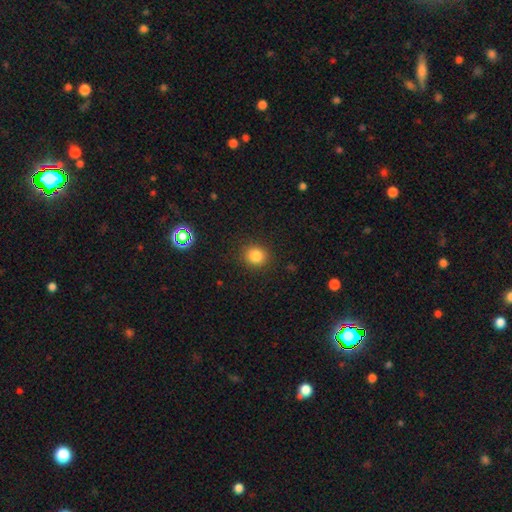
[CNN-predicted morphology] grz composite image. It shows a smooth galaxy with no disk features (83%) that is round (83%). Merging: none (89%).